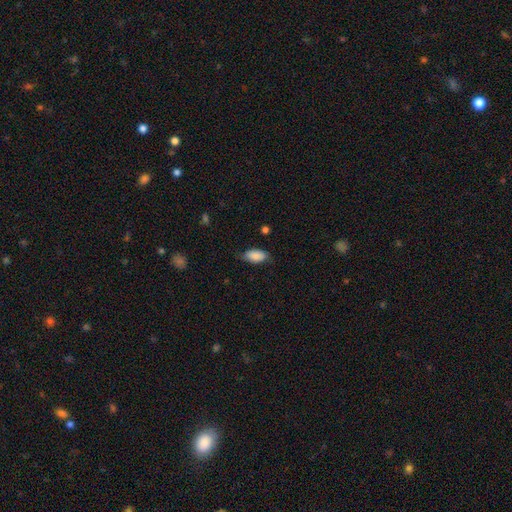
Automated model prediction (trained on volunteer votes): Overall: smooth (85%). How rounded: in between (92%). Merging: none (71%).